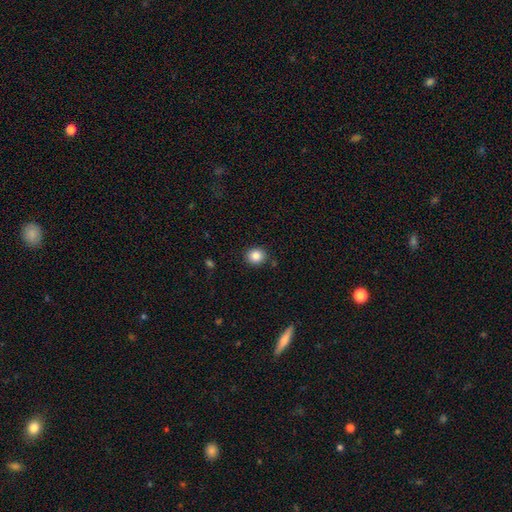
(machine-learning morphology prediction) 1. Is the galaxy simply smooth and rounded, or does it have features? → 85% smooth, 10% star or artifact, 5% featured or disk.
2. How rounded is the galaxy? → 81% round, 18% in between, 1% cigar-shaped.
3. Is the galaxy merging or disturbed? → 87% none, 8% minor disturbance, 2% major disturbance, 2% merger.